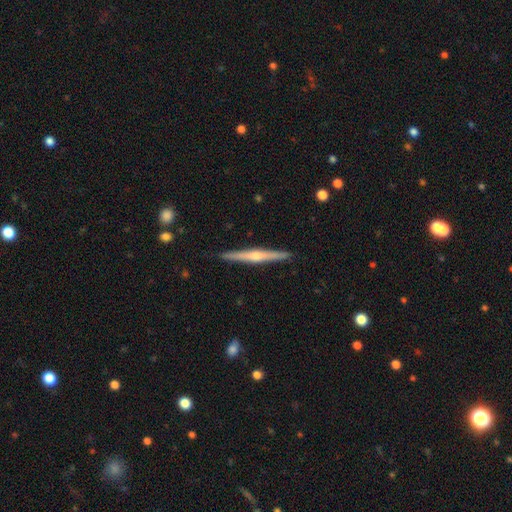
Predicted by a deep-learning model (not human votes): smooth-or-featured: featured or disk: 74% | smooth: 21% | star or artifact: 6%
  disk-edge-on: yes: 98% | no: 2%
    edge-on-bulge: rounded: 84% | none: 11% | boxy: 5%
  merging: none: 91% | minor disturbance: 6% | major disturbance: 1% | merger: 1%